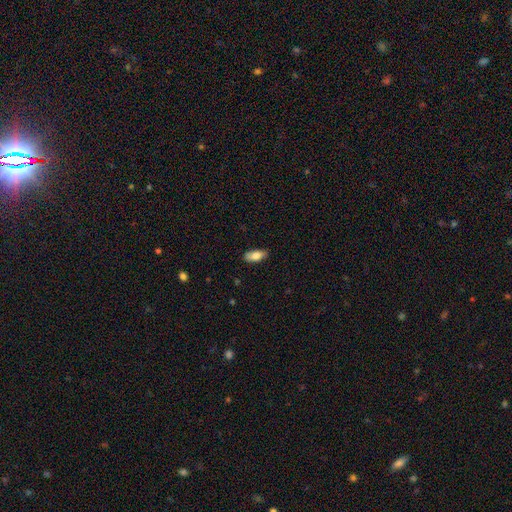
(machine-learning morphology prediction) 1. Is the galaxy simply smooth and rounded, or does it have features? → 79% smooth, 15% featured or disk, 6% star or artifact.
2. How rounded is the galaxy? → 84% in between, 14% cigar-shaped, 2% round.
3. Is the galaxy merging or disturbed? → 85% none, 12% minor disturbance, 2% major disturbance, 1% merger.